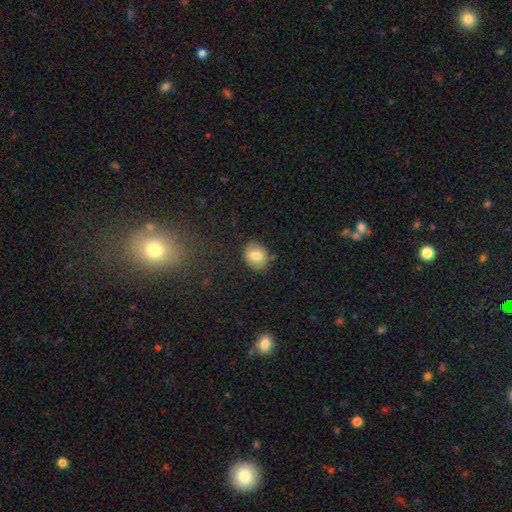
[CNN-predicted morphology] Smooth or featured?
  - smooth: 78% *
  - featured or disk: 13%
  - star or artifact: 9%
How rounded?
  - round: 56% *
  - in between: 43%
  - cigar-shaped: 1%
Merging?
  - none: 84% *
  - minor disturbance: 12%
  - major disturbance: 3%
  - merger: 2%